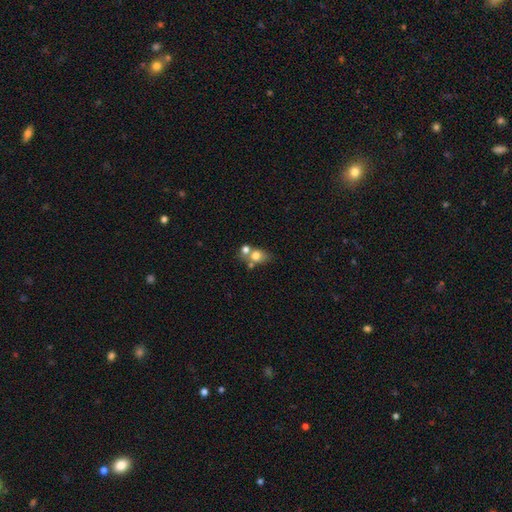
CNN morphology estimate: A smooth galaxy with no disk features (70%) that is in between round and cigar-shaped (55%).

Vote fractions:
- Smooth or featured? smooth: 70% / featured or disk: 18% / star or artifact: 12%
- How rounded? in between: 55% / round: 43% / cigar-shaped: 2%
- Merging? merger: 44% / none: 39% / minor disturbance: 11% / major disturbance: 6%